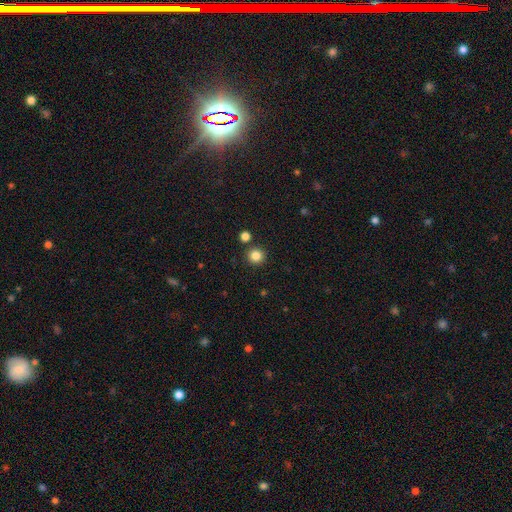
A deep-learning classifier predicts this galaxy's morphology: Smooth or featured?
  - smooth: 84% *
  - star or artifact: 12%
  - featured or disk: 4%
How rounded?
  - round: 94% *
  - in between: 5%
  - cigar-shaped: 1%
Merging?
  - none: 87% *
  - minor disturbance: 6%
  - merger: 5%
  - major disturbance: 2%